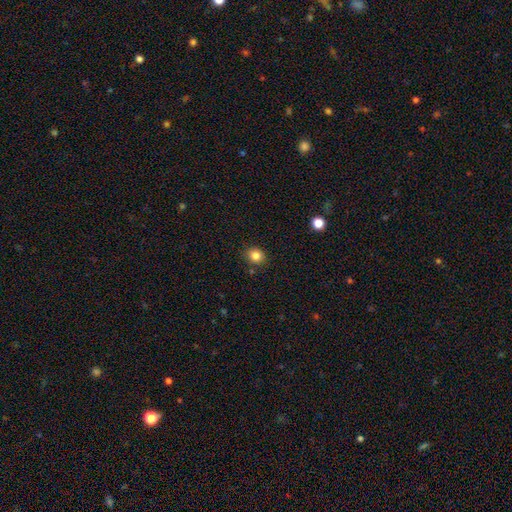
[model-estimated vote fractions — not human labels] Overall: smooth (83%). How rounded: round (76%). Merging: none (86%).